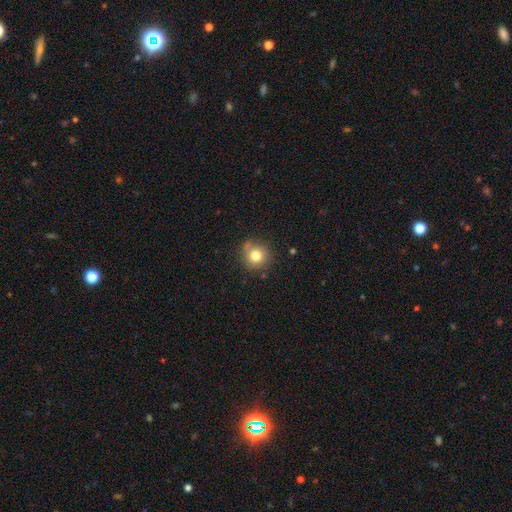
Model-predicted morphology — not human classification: Overall: smooth (78%). How rounded: round (91%). Merging: none (76%).